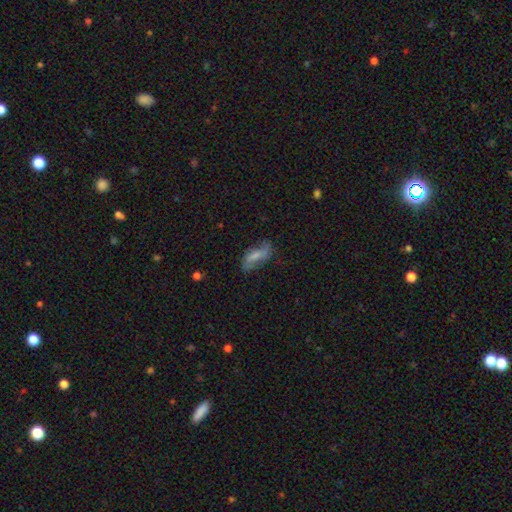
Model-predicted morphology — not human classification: type=featured or disk (48%); merging=none (60%).